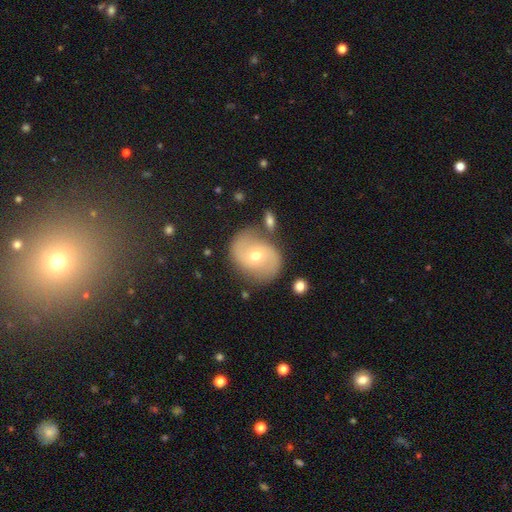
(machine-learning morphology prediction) This appears to be a featured or disk galaxy (62%) with no bar (57%), spiral arms (77%) and a moderate central bulge (57%). Merging: none (76%).